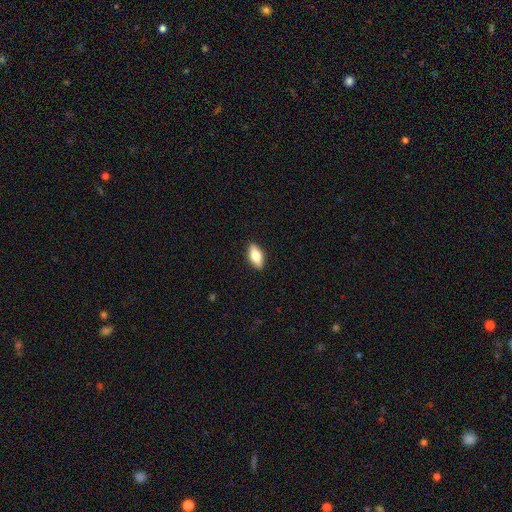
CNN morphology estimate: This appears to be a smooth galaxy with no disk features (72%) that is in between round and cigar-shaped (84%). Merging: none (89%).